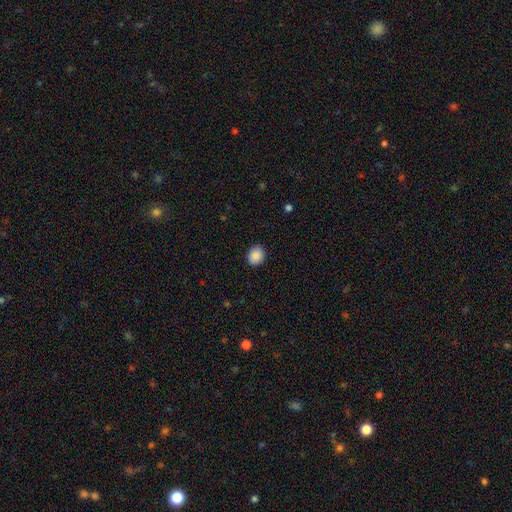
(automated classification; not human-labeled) Q: Smooth or featured?
A: smooth (89%); runner-up: star or artifact (8%)
Q: How rounded?
A: round (56%); runner-up: in between (44%)
Q: Merging?
A: none (90%); runner-up: minor disturbance (7%)